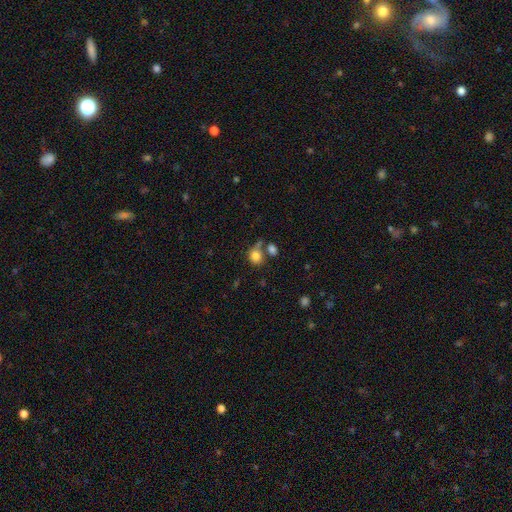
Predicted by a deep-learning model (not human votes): A smooth galaxy with no disk features (82%) that is round (63%). Merging: none (45%).